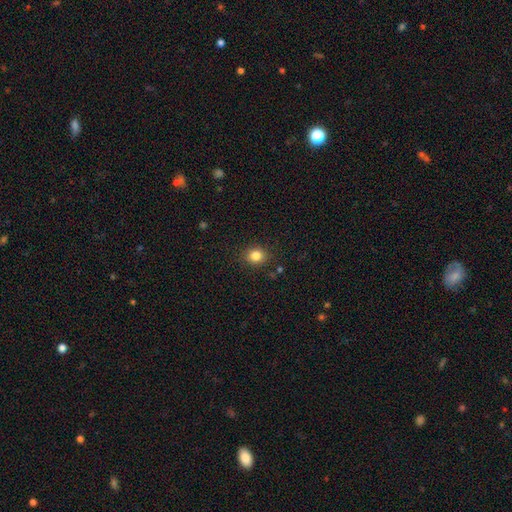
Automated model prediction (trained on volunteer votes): smooth-or-featured: smooth: 83% | star or artifact: 11% | featured or disk: 5%
  how-rounded: round: 76% | in between: 23% | cigar-shaped: 1%
  merging: none: 88% | minor disturbance: 8% | major disturbance: 2% | merger: 1%